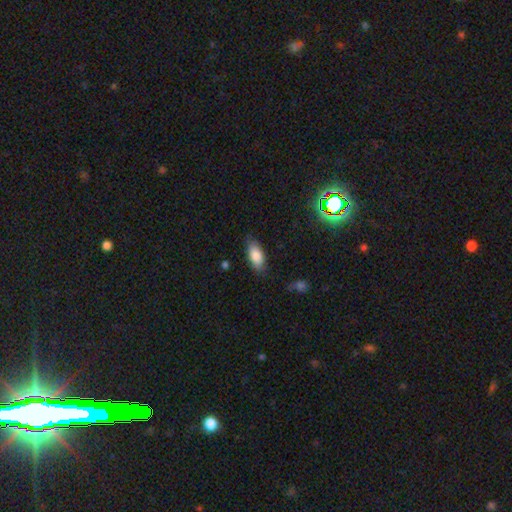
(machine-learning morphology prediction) Q: Smooth or featured?
A: smooth (84%); runner-up: featured or disk (9%)
Q: How rounded?
A: in between (87%); runner-up: cigar-shaped (10%)
Q: Merging?
A: none (80%); runner-up: minor disturbance (16%)